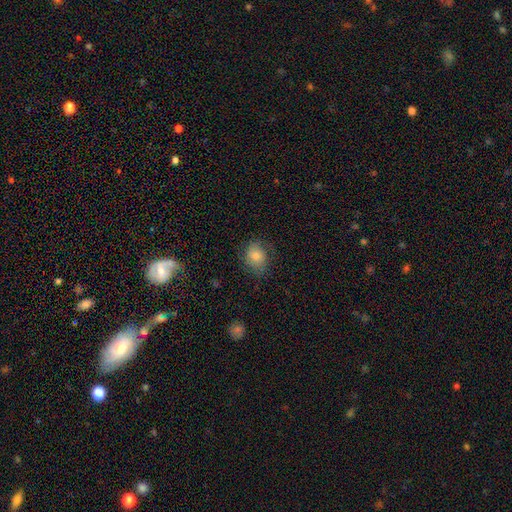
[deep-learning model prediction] smooth-or-featured: smooth: 61% | featured or disk: 26% | star or artifact: 12%
  how-rounded: round: 56% | in between: 42% | cigar-shaped: 1%
  merging: none: 66% | minor disturbance: 21% | major disturbance: 11% | merger: 2%